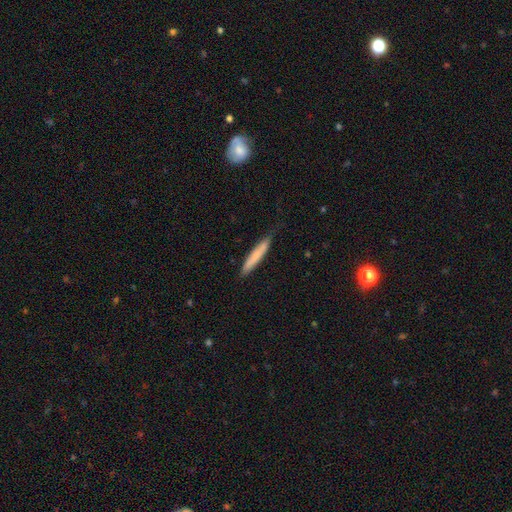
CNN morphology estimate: smooth 73%, featured or disk 21%, star or artifact 6%. Down the decision tree: how rounded — cigar-shaped (93%); merging — none (78%).